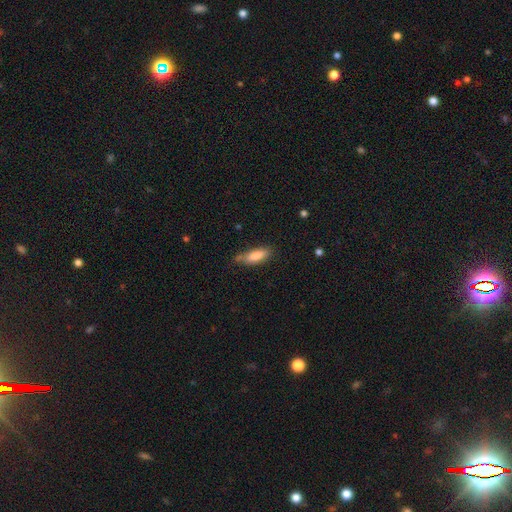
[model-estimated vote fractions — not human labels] A smooth galaxy with no disk features (81%) that is in between round and cigar-shaped (61%).

Vote fractions:
- Smooth or featured? smooth: 81% / featured or disk: 12% / star or artifact: 7%
- How rounded? in between: 61% / cigar-shaped: 37% / round: 2%
- Merging? none: 64% / minor disturbance: 25% / merger: 5% / major disturbance: 5%